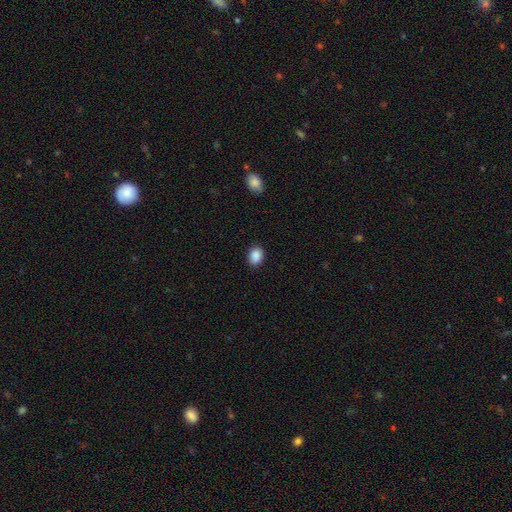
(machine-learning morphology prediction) A smooth galaxy with no disk features (89%) that is in between round and cigar-shaped (70%). Merging: none (86%).